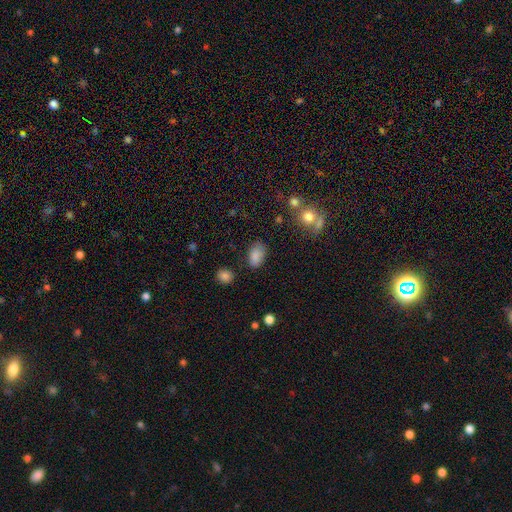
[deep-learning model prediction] Smooth or featured: smooth — 84% (star or artifact — 10%)
How rounded: in between — 90% (round — 9%)
Merging: none — 73% (minor disturbance — 19%)